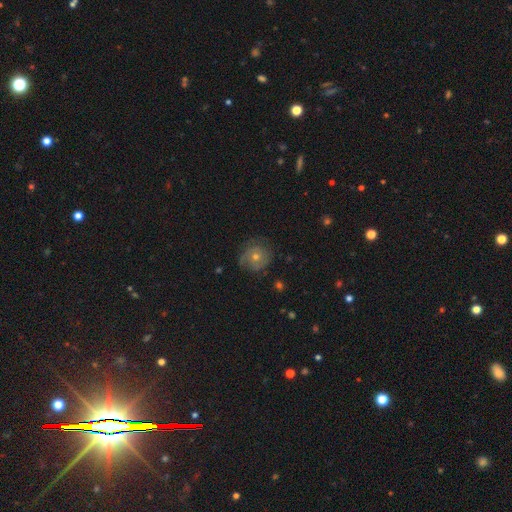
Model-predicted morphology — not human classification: Overall: featured or disk (58%; smooth 26%). Edge-on disk: no (97%). Bar: no (83%). Spiral arms: yes (84%). Bulge size: moderate (52%; small 43%). Merging: none (78%).